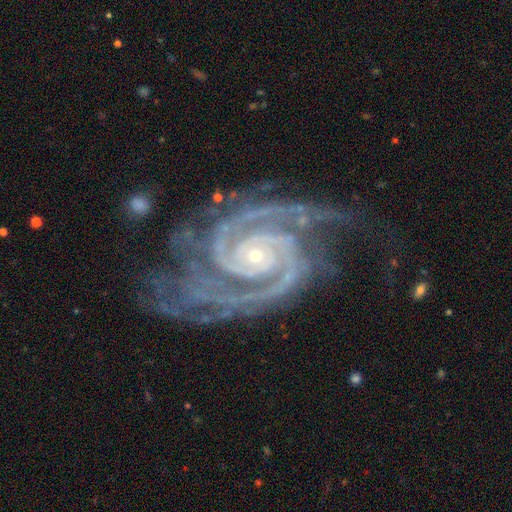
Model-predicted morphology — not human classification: type=featured or disk (93%); edge-on=no (98%); bar=no (66%); spiral arms=yes (99%); winding=tight (71%); arm count=2 (64%); bulge=small (82%); merging=none (62%).